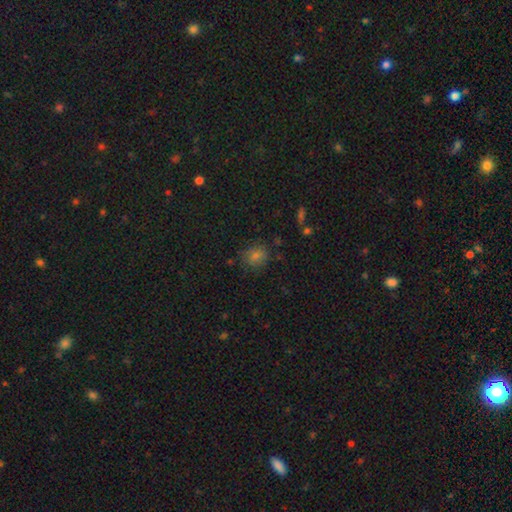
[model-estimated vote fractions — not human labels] smooth 66%, star or artifact 25%, featured or disk 9%. Down the decision tree: how rounded — round (65%); merging — none (80%).